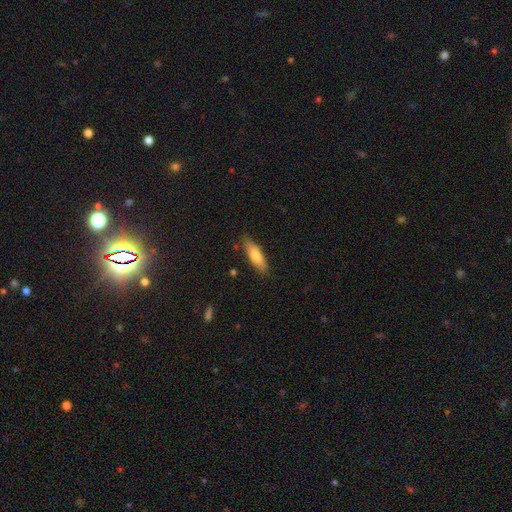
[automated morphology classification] Smooth or featured? smooth (70%)
How rounded? cigar-shaped (57%)
Merging? none (82%)